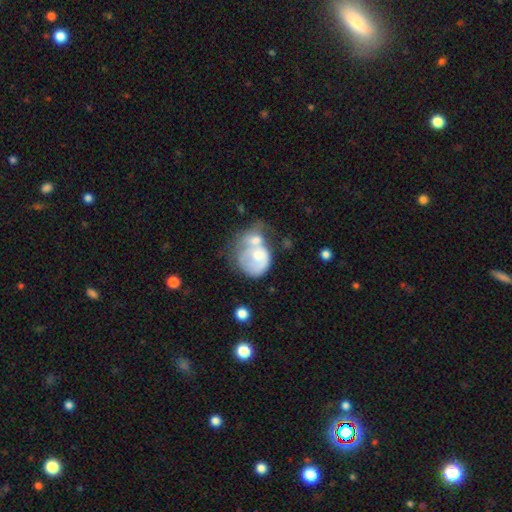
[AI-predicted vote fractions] smooth_or_featured: featured or disk (p=0.53) [alt: smooth p=0.38]
disk_edge_on: no (p=0.97) [alt: yes p=0.03]
bar: no (p=0.81) [alt: weak p=0.15]
has_spiral_arms: no (p=0.55) [alt: yes p=0.45]
bulge_size: moderate (p=0.55) [alt: small p=0.35]
merging: merger (p=0.50) [alt: none p=0.22]